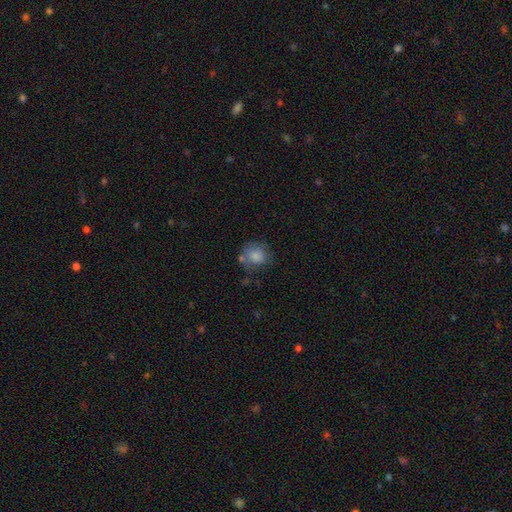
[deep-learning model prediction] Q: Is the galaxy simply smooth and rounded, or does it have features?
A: smooth — 79%.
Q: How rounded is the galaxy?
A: round — 79%.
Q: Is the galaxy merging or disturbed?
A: none — 55%.